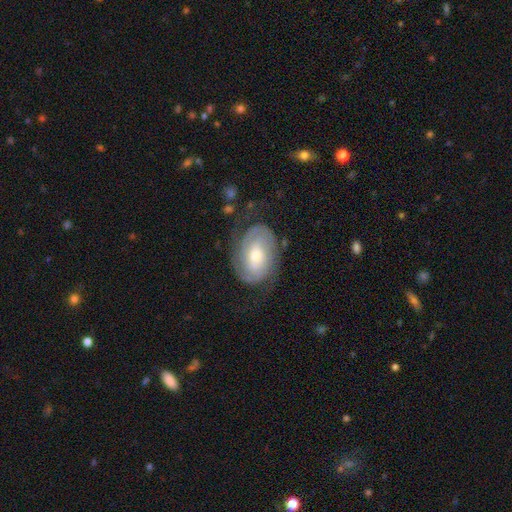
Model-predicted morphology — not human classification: Smooth or featured? Predicted: featured or disk (p=0.81). Edge-on disk? Predicted: no (p=0.97). Bar? Predicted: no (p=0.49). Spiral arms? Predicted: yes (p=0.93). Spiral winding? Predicted: tight (p=0.62). Spiral arm count? Predicted: 2 (p=0.69). Bulge size? Predicted: moderate (p=0.50). Merging? Predicted: none (p=0.71).